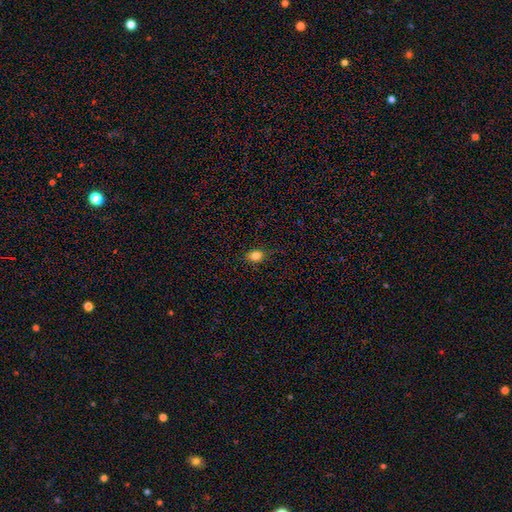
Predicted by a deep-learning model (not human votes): This appears to be a smooth galaxy with no disk features (83%) that is in between round and cigar-shaped (58%). Merging: none (79%).